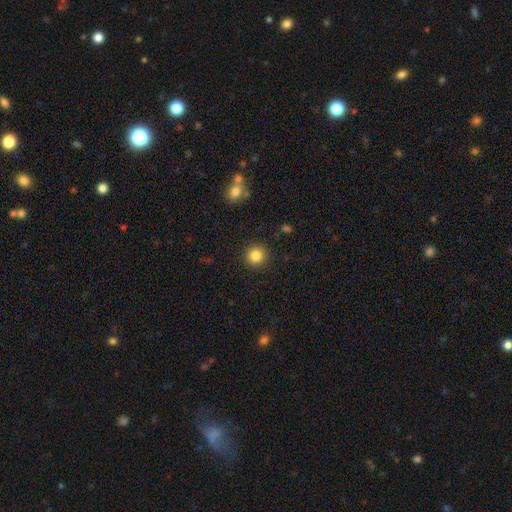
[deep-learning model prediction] Smooth or featured? Predicted: smooth (p=0.84). How rounded? Predicted: round (p=0.93). Merging? Predicted: none (p=0.91).